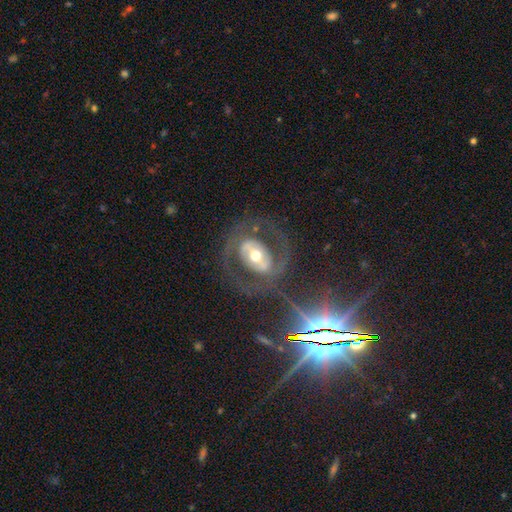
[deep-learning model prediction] Smooth or featured?
  - featured or disk: 78% *
  - smooth: 15%
  - star or artifact: 7%
Edge-on disk?
  - no: 96% *
  - yes: 4%
Bar?
  - strong: 40% *
  - weak: 31%
  - no: 29%
Spiral arms?
  - yes: 66% *
  - no: 34%
Bulge size?
  - moderate: 71% *
  - small: 16%
  - large: 11%
  - dominant: 2%
  - none: 1%
Merging?
  - none: 69% *
  - major disturbance: 15%
  - minor disturbance: 13%
  - merger: 3%